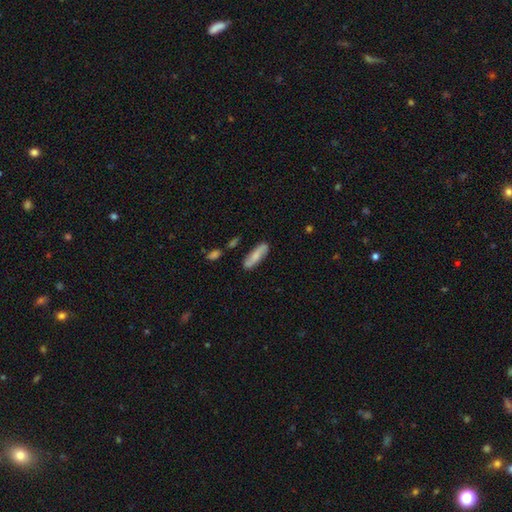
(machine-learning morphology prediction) Smooth or featured? Predicted: smooth (p=0.62). How rounded? Predicted: cigar-shaped (p=0.54). Merging? Predicted: none (p=0.81).